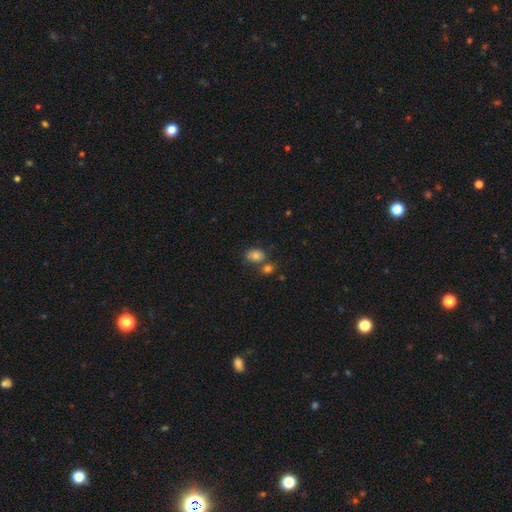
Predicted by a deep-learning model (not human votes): This appears to be a smooth galaxy with no disk features (76%) that is in between round and cigar-shaped (63%). Merging: none (50%).